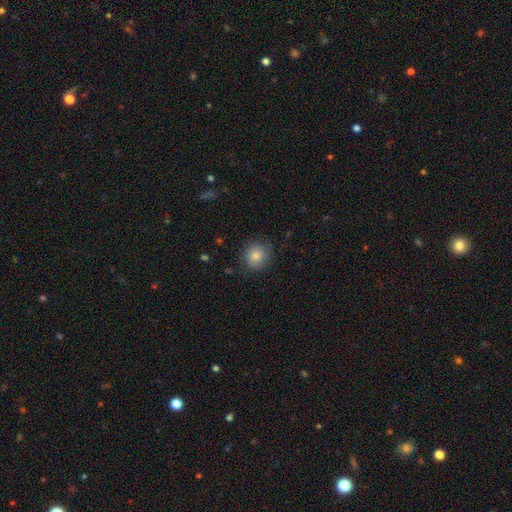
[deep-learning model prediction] Smooth or featured: smooth — 81% (featured or disk — 10%)
How rounded: round — 85% (in between — 15%)
Merging: none — 80% (minor disturbance — 14%)